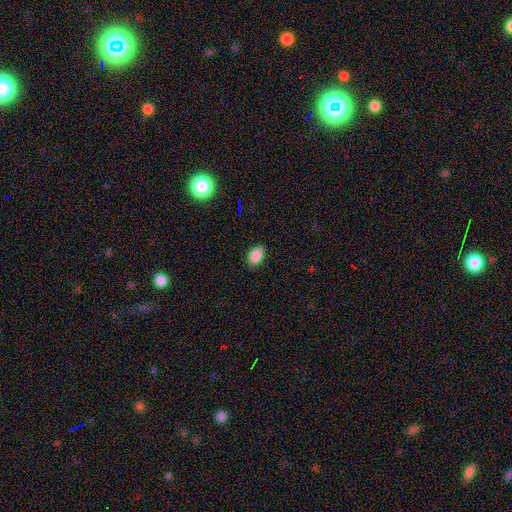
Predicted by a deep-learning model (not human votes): Smooth or featured? Predicted: smooth (p=0.88). How rounded? Predicted: in between (p=0.88). Merging? Predicted: none (p=0.88).